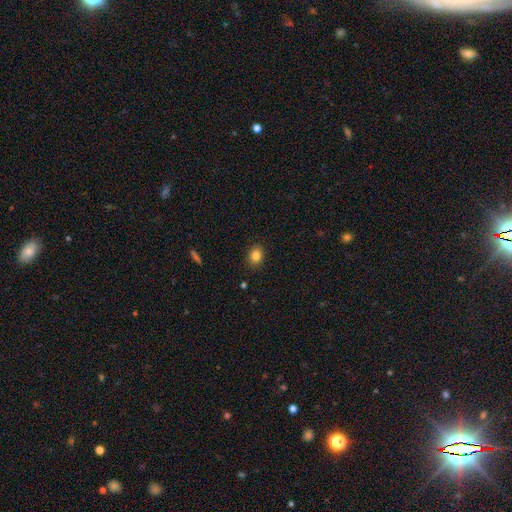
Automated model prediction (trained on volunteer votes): Morphology: type=smooth (83%); roundness=in between (57%); merging=none (88%).